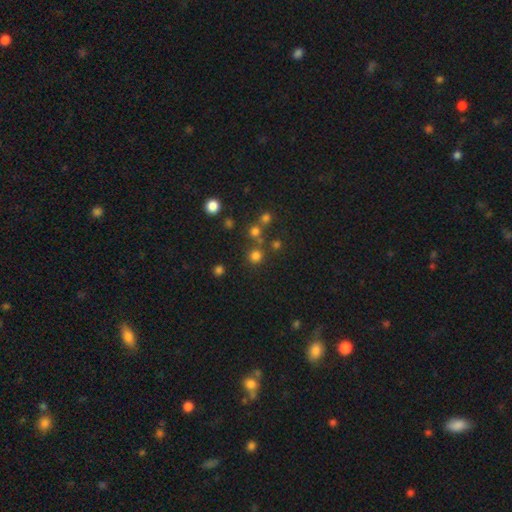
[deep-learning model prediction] Q: Smooth or featured?
A: smooth (73%); runner-up: star or artifact (21%)
Q: How rounded?
A: round (92%); runner-up: in between (7%)
Q: Merging?
A: none (76%); runner-up: merger (13%)